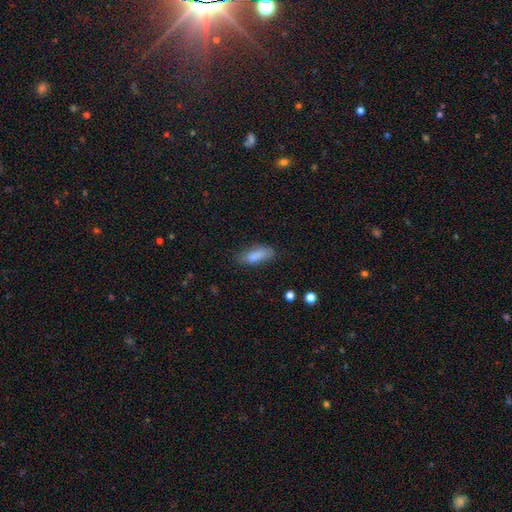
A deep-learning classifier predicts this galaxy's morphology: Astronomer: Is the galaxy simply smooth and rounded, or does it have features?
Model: smooth — 83%.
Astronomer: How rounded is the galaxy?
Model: in between — 68%.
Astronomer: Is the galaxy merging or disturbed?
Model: none — 63%.